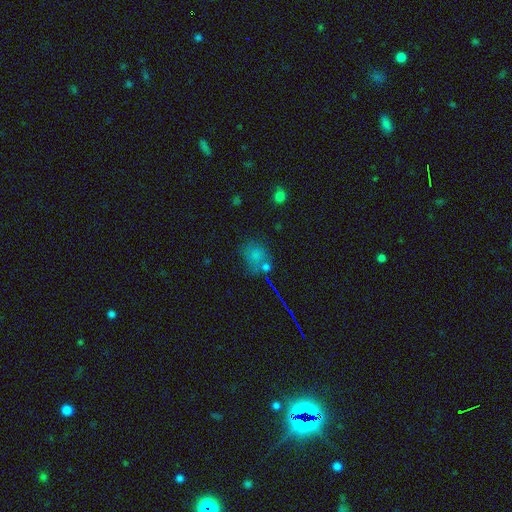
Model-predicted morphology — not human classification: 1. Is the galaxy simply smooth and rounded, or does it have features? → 66% smooth, 21% star or artifact, 13% featured or disk.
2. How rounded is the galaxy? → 68% round, 31% in between, 1% cigar-shaped.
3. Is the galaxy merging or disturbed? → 52% none, 20% minor disturbance, 18% merger, 11% major disturbance.